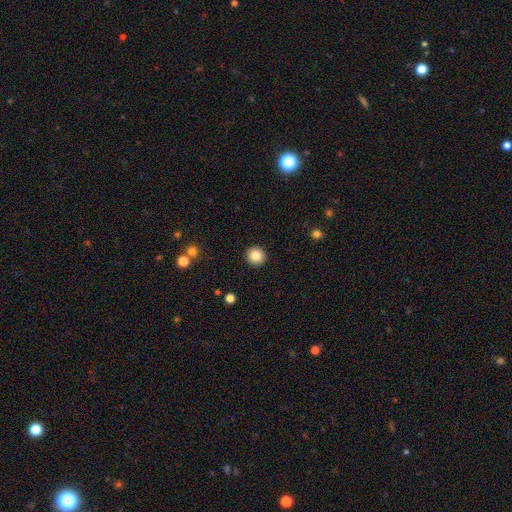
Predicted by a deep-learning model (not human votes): Smooth or featured? Predicted: smooth (p=0.86). How rounded? Predicted: round (p=0.95). Merging? Predicted: none (p=0.93).